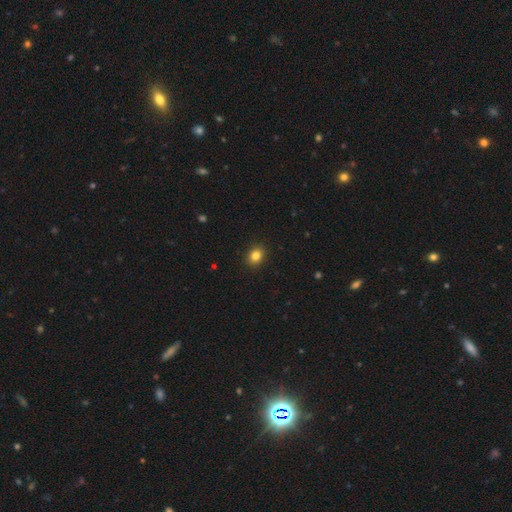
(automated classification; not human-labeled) Smooth or featured? smooth (85%)
How rounded? round (52%)
Merging? none (91%)